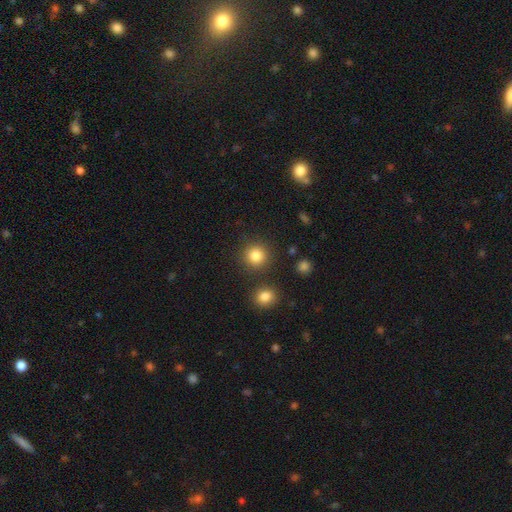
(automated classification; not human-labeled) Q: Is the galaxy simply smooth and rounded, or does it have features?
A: smooth — 84%.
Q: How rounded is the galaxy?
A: round — 93%.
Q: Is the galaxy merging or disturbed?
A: none — 85%.